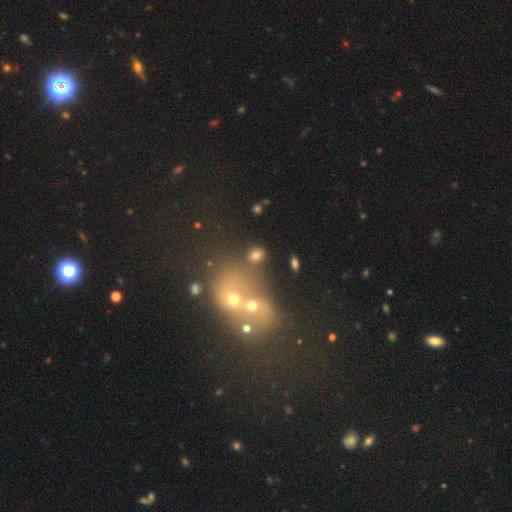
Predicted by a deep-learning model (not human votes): Morphology: type=smooth (62%); roundness=round (54%); merging=merger (43%).